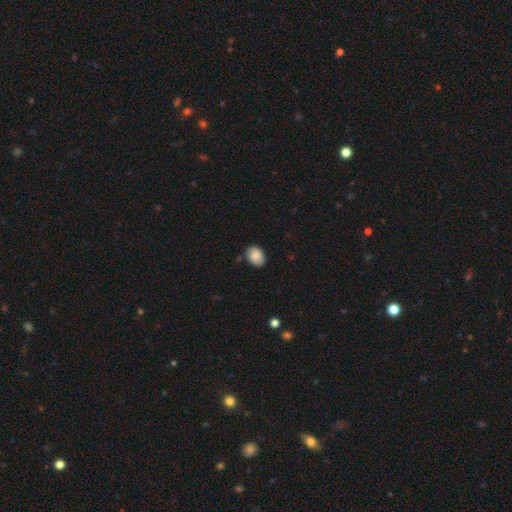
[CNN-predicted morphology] Smooth or featured?
  - smooth: 82% *
  - featured or disk: 11%
  - star or artifact: 8%
How rounded?
  - in between: 67% *
  - round: 32%
  - cigar-shaped: 1%
Merging?
  - none: 81% *
  - minor disturbance: 15%
  - major disturbance: 3%
  - merger: 2%